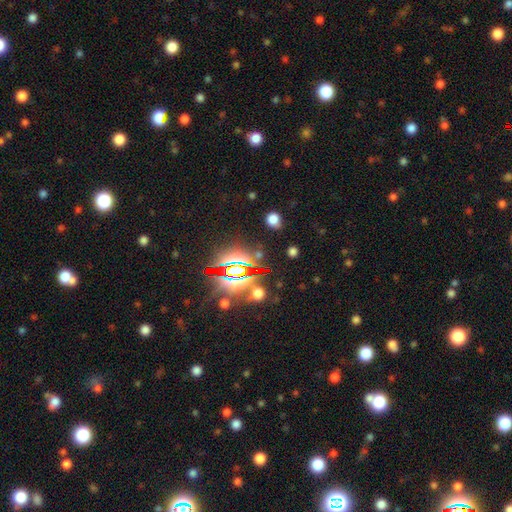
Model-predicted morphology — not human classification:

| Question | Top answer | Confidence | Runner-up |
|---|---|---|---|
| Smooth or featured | star or artifact | 80% | smooth (12%) |